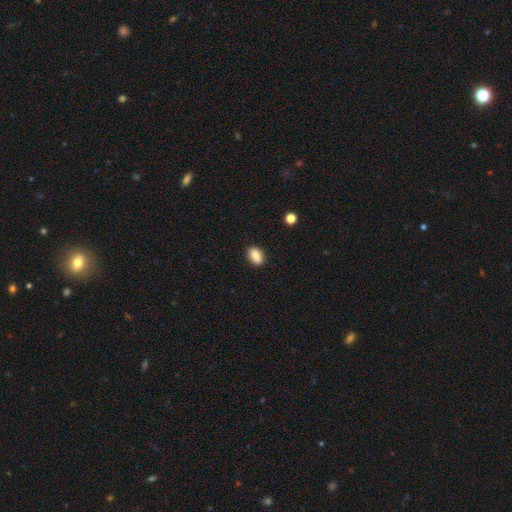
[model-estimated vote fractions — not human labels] Smooth or featured: smooth — 86% (star or artifact — 8%)
How rounded: in between — 86% (round — 10%)
Merging: none — 87% (minor disturbance — 9%)